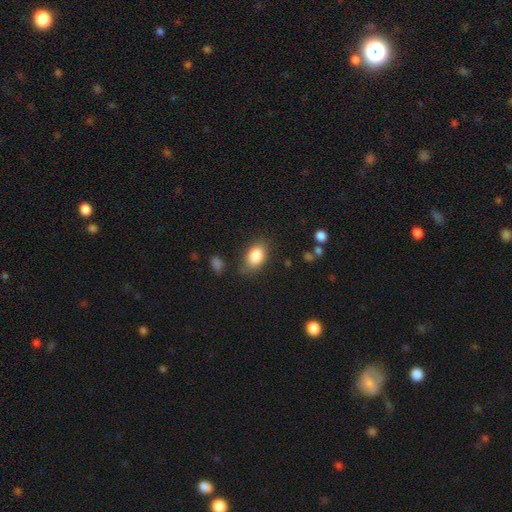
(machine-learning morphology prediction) A smooth galaxy with no disk features (84%) that is in between round and cigar-shaped (86%).

Vote fractions:
- Smooth or featured? smooth: 84% / featured or disk: 8% / star or artifact: 8%
- How rounded? in between: 86% / round: 12% / cigar-shaped: 2%
- Merging? none: 71% / minor disturbance: 21% / major disturbance: 6% / merger: 3%